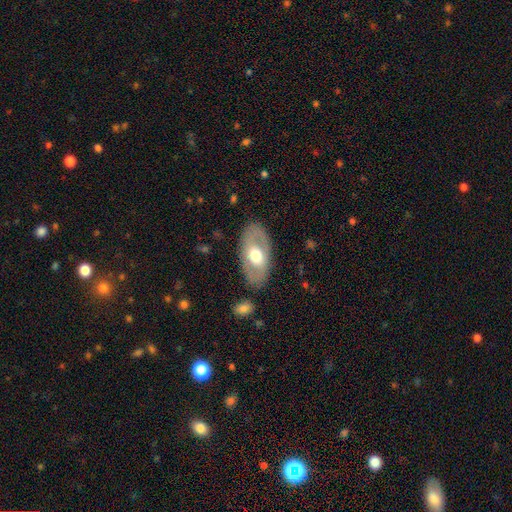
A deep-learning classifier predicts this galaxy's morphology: Q: Smooth or featured?
A: featured or disk (51%); runner-up: smooth (43%)
Q: Edge-on disk?
A: no (86%); runner-up: yes (14%)
Q: Merging?
A: none (83%); runner-up: minor disturbance (11%)